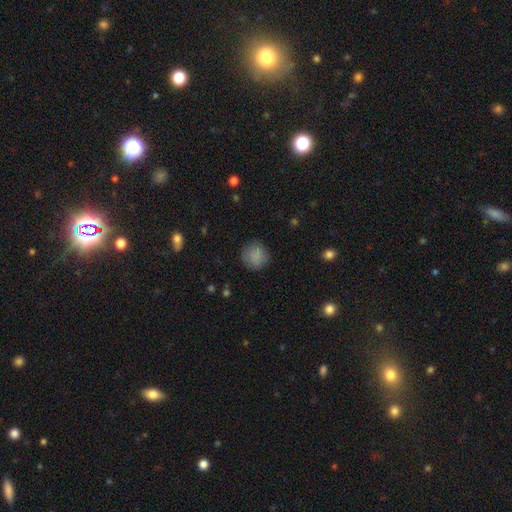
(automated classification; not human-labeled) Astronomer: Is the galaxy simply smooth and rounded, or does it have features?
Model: smooth — 85%.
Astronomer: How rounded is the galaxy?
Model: round — 91%.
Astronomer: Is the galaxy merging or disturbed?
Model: none — 84%.